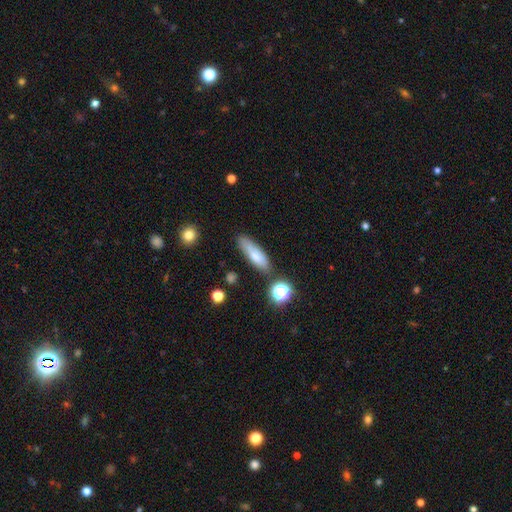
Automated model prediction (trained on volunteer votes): The model was most divided on "how rounded": cigar-shaped: 52%, in between: 44%, round: 4%. More confident: merging — none (69%); smooth or featured — smooth (68%).